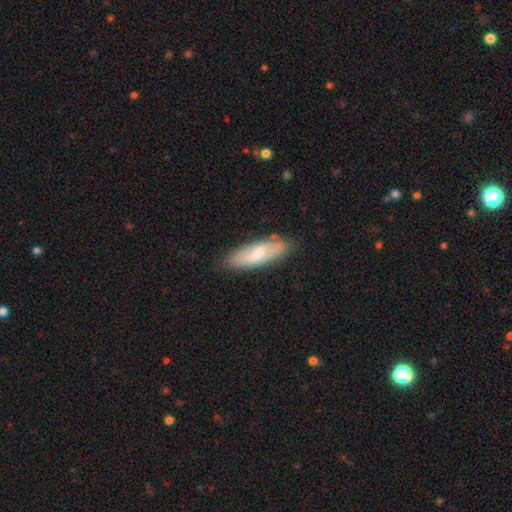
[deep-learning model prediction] Overall: smooth (53%; featured or disk 40%). How rounded: in between (53%; cigar-shaped 44%). Merging: none (81%).